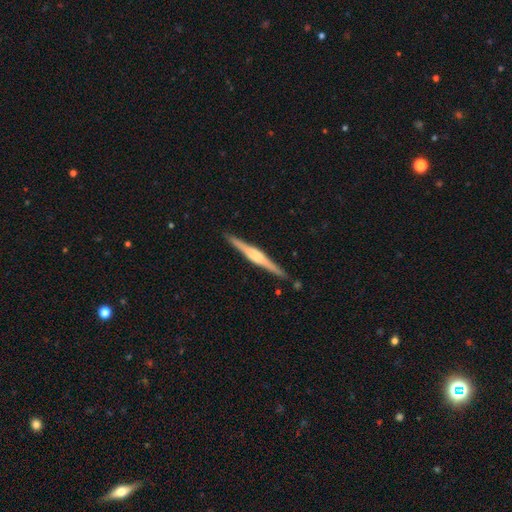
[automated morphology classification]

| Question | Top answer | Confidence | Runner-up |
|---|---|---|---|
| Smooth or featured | featured or disk | 78% | smooth (17%) |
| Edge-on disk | yes | 98% | no (2%) |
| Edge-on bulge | rounded | 57% | boxy (34%) |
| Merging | none | 90% | minor disturbance (7%) |